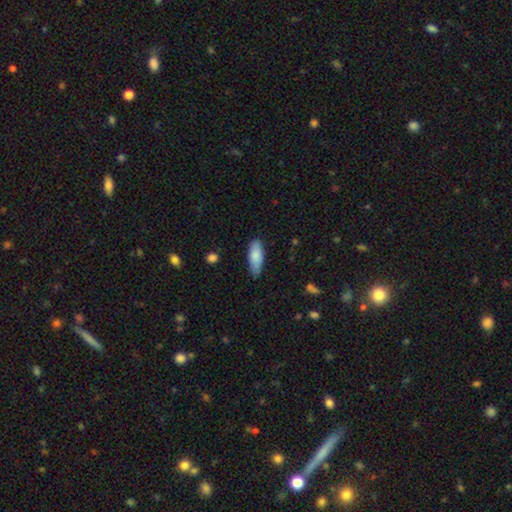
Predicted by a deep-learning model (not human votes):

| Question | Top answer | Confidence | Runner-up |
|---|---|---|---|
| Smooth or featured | smooth | 83% | featured or disk (11%) |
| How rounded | in between | 69% | cigar-shaped (29%) |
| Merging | none | 74% | minor disturbance (21%) |